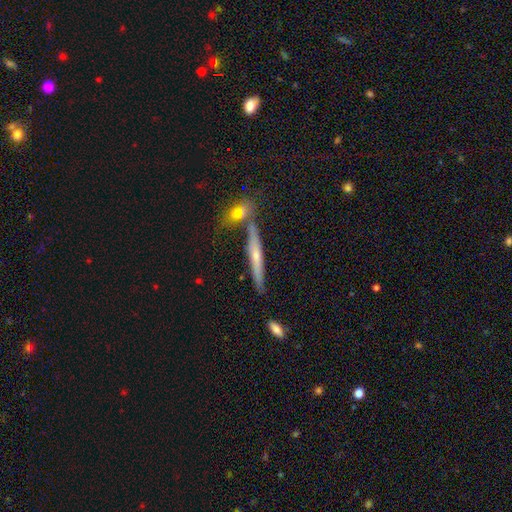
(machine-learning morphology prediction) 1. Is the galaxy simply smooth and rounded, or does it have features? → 67% featured or disk, 22% smooth, 11% star or artifact.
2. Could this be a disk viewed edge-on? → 94% yes, 6% no.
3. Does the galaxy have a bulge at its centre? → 80% rounded, 13% none, 7% boxy.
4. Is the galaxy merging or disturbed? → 67% none, 19% merger, 10% minor disturbance, 4% major disturbance.